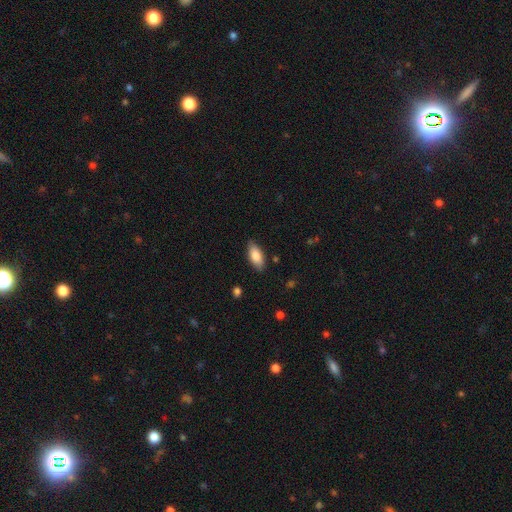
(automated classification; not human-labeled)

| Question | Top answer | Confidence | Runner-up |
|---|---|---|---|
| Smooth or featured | smooth | 82% | featured or disk (12%) |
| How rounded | in between | 86% | cigar-shaped (12%) |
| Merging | none | 84% | minor disturbance (13%) |